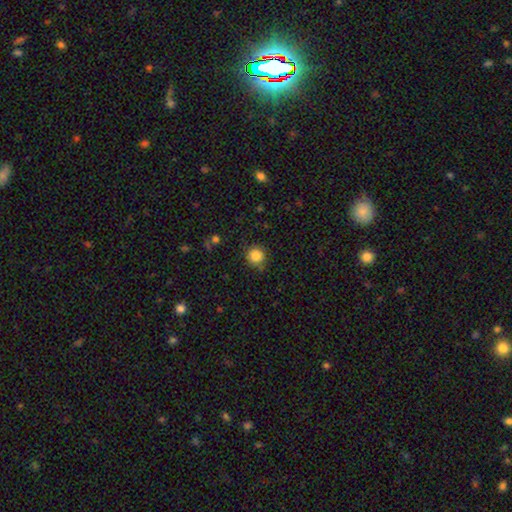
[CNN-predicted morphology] smooth-or-featured: smooth: 85% | star or artifact: 11% | featured or disk: 4%
  how-rounded: round: 94% | in between: 5% | cigar-shaped: 1%
  merging: none: 85% | minor disturbance: 11% | major disturbance: 3% | merger: 2%